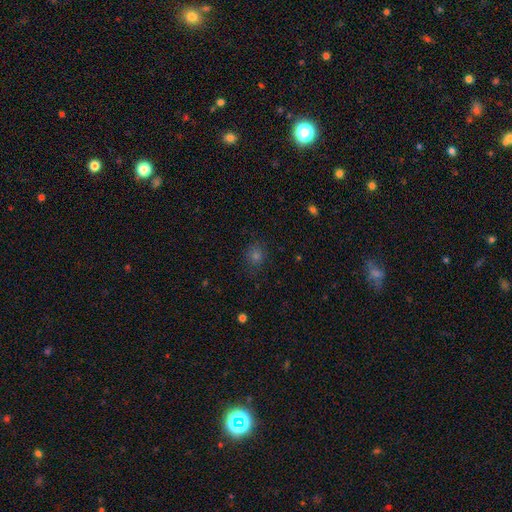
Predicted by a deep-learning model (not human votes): Q: Smooth or featured?
A: smooth (65%); runner-up: star or artifact (26%)
Q: How rounded?
A: round (75%); runner-up: in between (24%)
Q: Merging?
A: none (82%); runner-up: minor disturbance (12%)